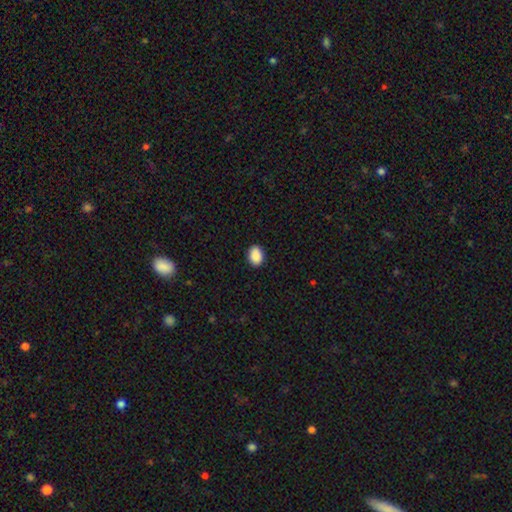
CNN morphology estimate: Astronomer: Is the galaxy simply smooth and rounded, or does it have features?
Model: smooth — 90%.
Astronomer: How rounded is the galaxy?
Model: in between — 74%.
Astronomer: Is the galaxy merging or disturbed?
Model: none — 90%.